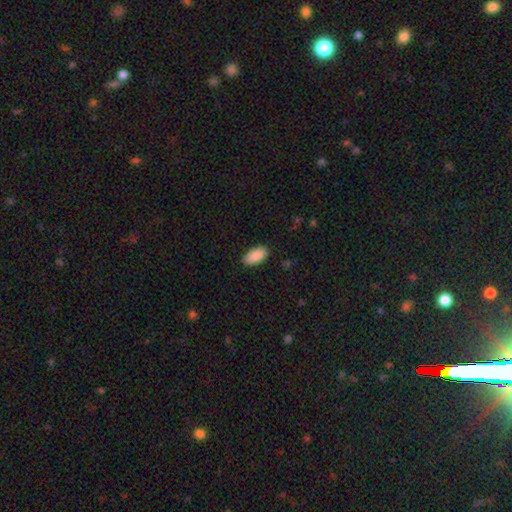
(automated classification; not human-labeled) This is clearly a smooth galaxy (90%). How rounded: clearly in between (95%). Merging: clearly none (88%).